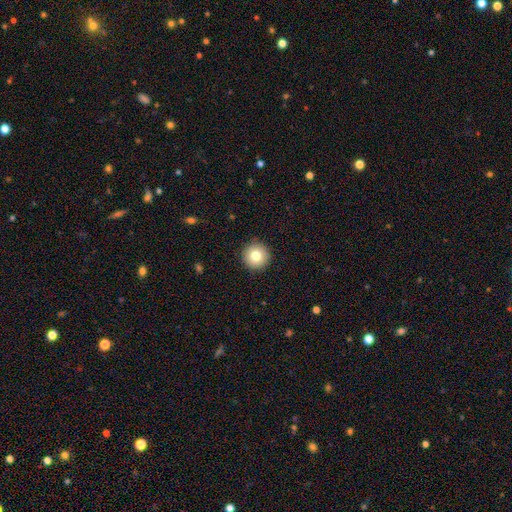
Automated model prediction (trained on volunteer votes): Smooth or featured?
  - smooth: 79% *
  - featured or disk: 11%
  - star or artifact: 10%
How rounded?
  - round: 96% *
  - in between: 3%
  - cigar-shaped: 1%
Merging?
  - none: 92% *
  - minor disturbance: 5%
  - major disturbance: 2%
  - merger: 1%